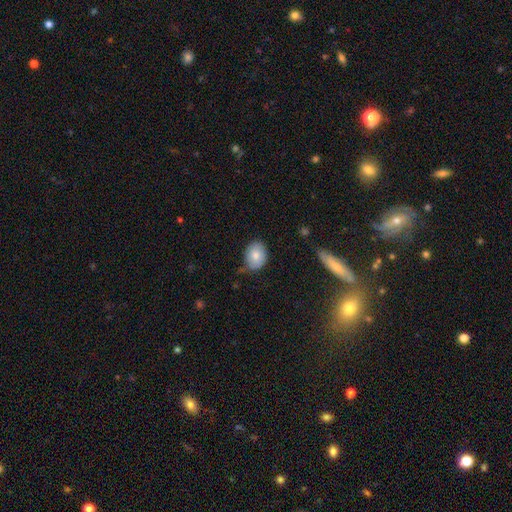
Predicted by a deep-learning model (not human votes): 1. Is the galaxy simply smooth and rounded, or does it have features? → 79% smooth, 14% featured or disk, 8% star or artifact.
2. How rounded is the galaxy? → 58% in between, 41% round, 1% cigar-shaped.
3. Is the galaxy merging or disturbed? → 62% none, 30% minor disturbance, 6% major disturbance, 3% merger.